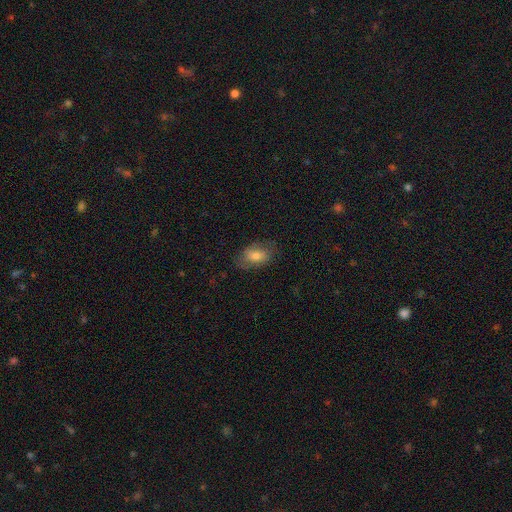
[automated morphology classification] smooth-or-featured: smooth: 66% | featured or disk: 26% | star or artifact: 9%
  how-rounded: in between: 88% | round: 10% | cigar-shaped: 2%
  merging: none: 71% | minor disturbance: 20% | major disturbance: 8% | merger: 1%